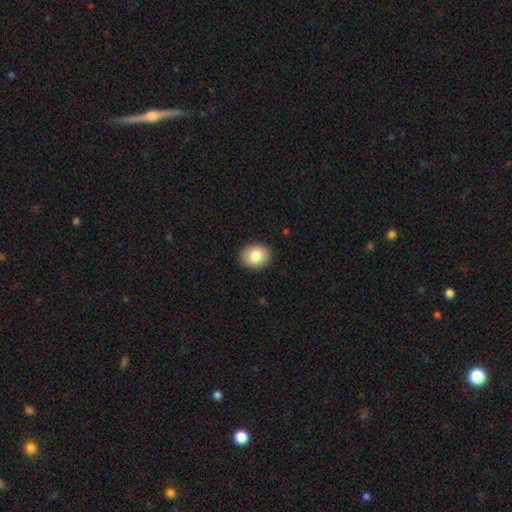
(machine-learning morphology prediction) Q: Smooth or featured?
A: smooth (82%); runner-up: featured or disk (9%)
Q: How rounded?
A: round (62%); runner-up: in between (37%)
Q: Merging?
A: none (91%); runner-up: minor disturbance (7%)